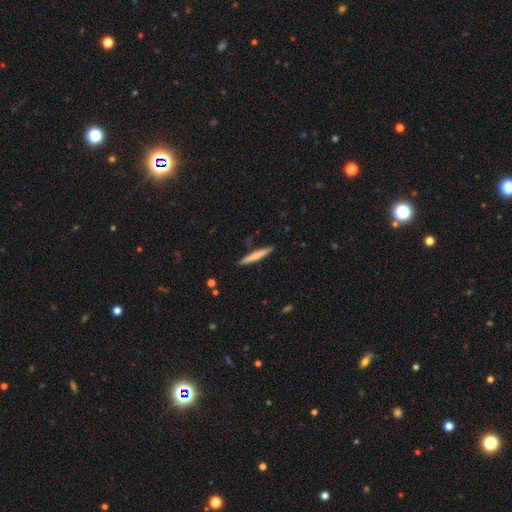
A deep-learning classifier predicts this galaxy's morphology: This is likely a smooth galaxy (66%). How rounded: clearly cigar-shaped (96%). Merging: clearly none (89%).